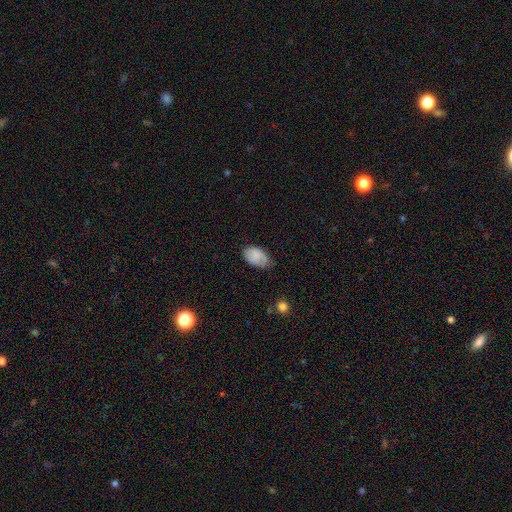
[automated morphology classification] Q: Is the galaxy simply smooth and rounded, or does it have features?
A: smooth — 81%.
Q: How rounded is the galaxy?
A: in between — 92%.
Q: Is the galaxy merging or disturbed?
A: none — 58%.